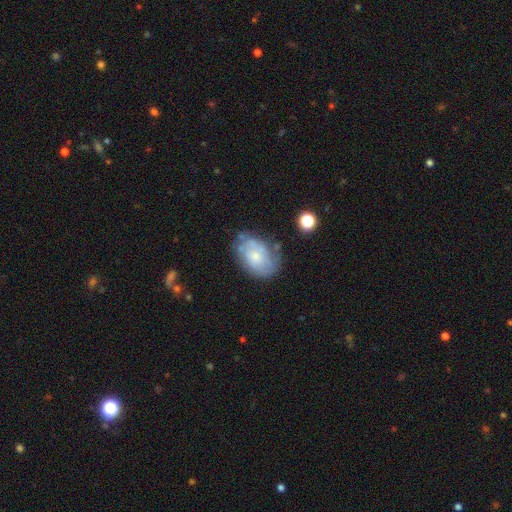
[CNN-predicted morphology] This appears to be a featured or disk galaxy (53%) with no bar (78%), spiral arms (68%) and a small central bulge (53%). Merging: none (59%).